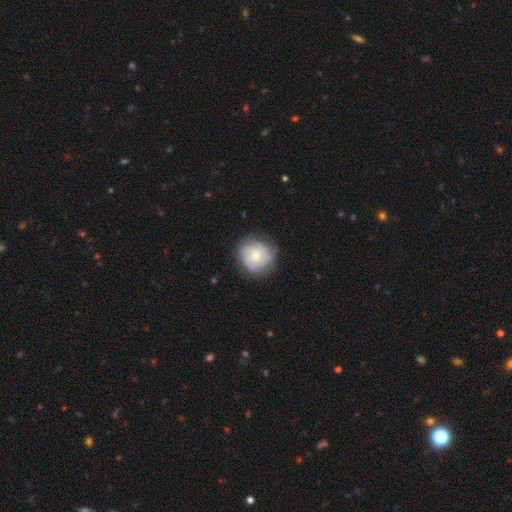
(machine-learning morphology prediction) smooth-or-featured: smooth: 60% | featured or disk: 33% | star or artifact: 7%
  how-rounded: round: 90% | in between: 9% | cigar-shaped: 1%
  merging: none: 75% | minor disturbance: 18% | major disturbance: 5% | merger: 1%